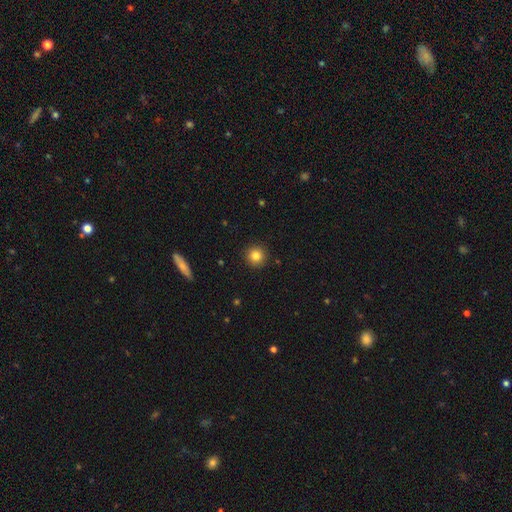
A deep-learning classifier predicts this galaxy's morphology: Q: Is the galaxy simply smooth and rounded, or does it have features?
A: smooth — 83%.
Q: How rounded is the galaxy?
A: round — 95%.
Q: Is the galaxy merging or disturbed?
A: none — 92%.